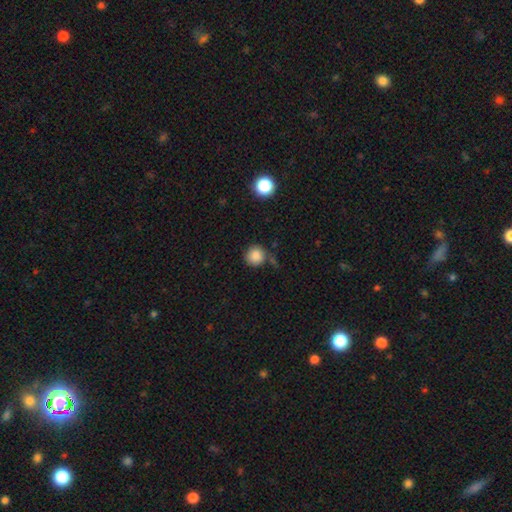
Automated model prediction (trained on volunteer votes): Smooth or featured?
  - smooth: 85% *
  - star or artifact: 10%
  - featured or disk: 5%
How rounded?
  - round: 93% *
  - in between: 6%
  - cigar-shaped: 1%
Merging?
  - none: 73% *
  - minor disturbance: 15%
  - merger: 7%
  - major disturbance: 5%